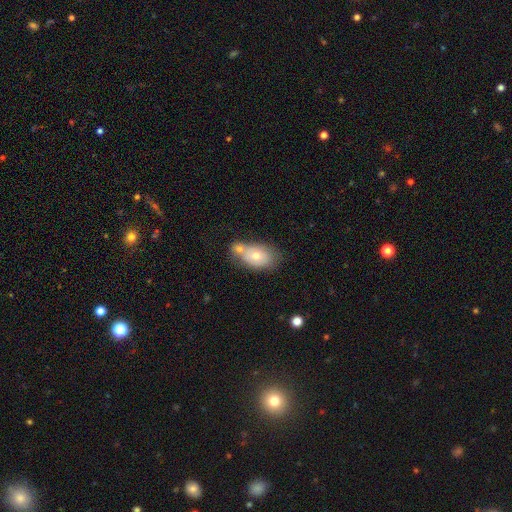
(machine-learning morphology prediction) The model was most divided on "merging": merger: 48%, none: 34%, minor disturbance: 14%, major disturbance: 5%. More confident: how rounded — in between (81%); smooth or featured — smooth (68%).